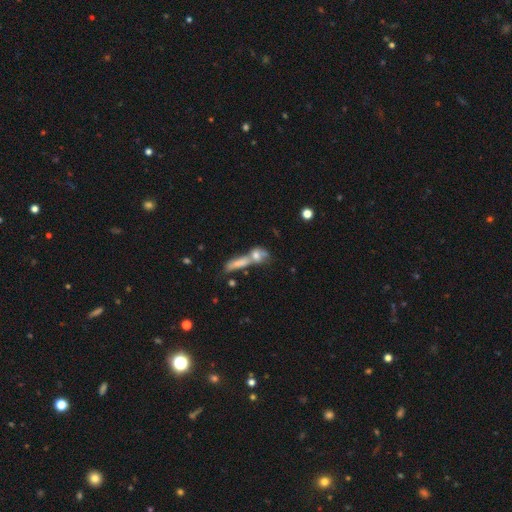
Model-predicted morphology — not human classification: Overall: smooth (53%; featured or disk 32%). How rounded: cigar-shaped (43%; in between 36%). Merging: merger (52%; none 30%).